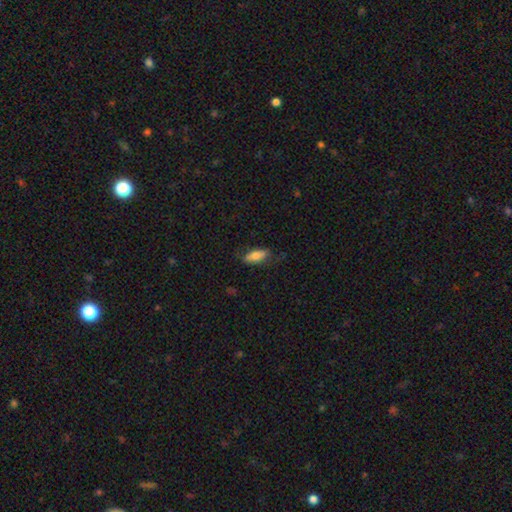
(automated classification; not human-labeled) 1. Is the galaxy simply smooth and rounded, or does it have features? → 72% smooth, 22% featured or disk, 6% star or artifact.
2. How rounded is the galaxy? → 76% in between, 21% cigar-shaped, 2% round.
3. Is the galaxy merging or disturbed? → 71% none, 21% minor disturbance, 7% major disturbance, 1% merger.